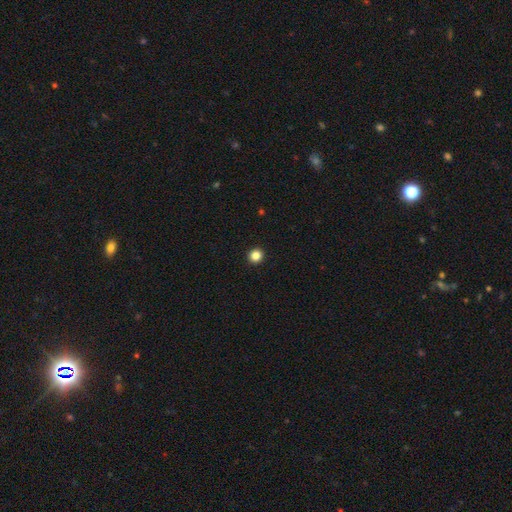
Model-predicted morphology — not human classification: The model was most divided on "smooth or featured": smooth: 86%, star or artifact: 11%, featured or disk: 3%. More confident: merging — none (94%); how rounded — round (92%).